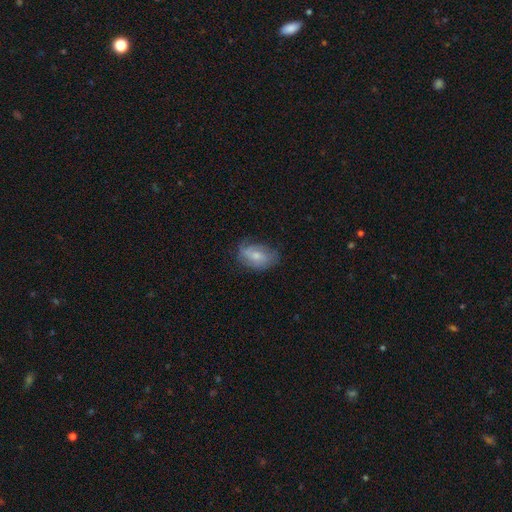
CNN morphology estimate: Smooth or featured?
  - smooth: 55% *
  - featured or disk: 38%
  - star or artifact: 8%
How rounded?
  - in between: 86% *
  - round: 12%
  - cigar-shaped: 2%
Merging?
  - none: 59% *
  - minor disturbance: 29%
  - major disturbance: 10%
  - merger: 1%